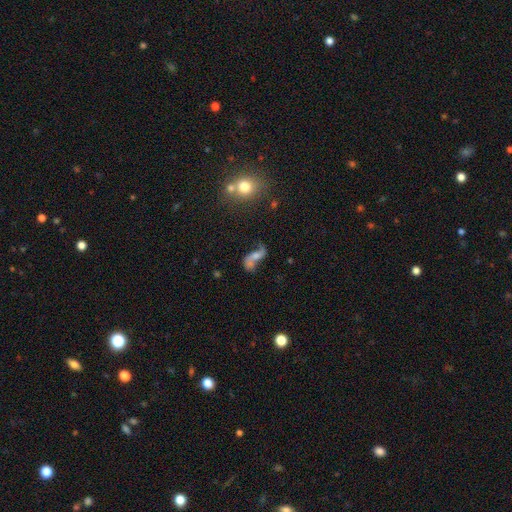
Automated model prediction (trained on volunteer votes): featured or disk 66%, smooth 23%, star or artifact 11%. Down the decision tree: edge-on disk — no (94%); bar — no (61%); spiral arms — yes (81%); spiral arm count — 2 (86%); spiral winding — loose (83%); bulge size — moderate (39%); merging — none (39%).